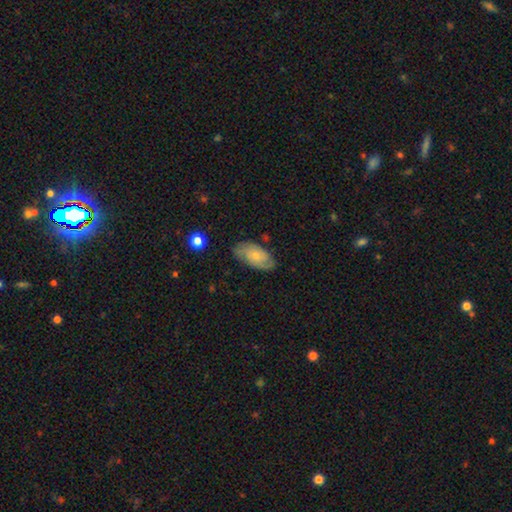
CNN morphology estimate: A featured or disk galaxy (49%).

Vote fractions:
- Smooth or featured? featured or disk: 49% / smooth: 45% / star or artifact: 6%
- Merging? none: 74% / minor disturbance: 20% / major disturbance: 5% / merger: 2%